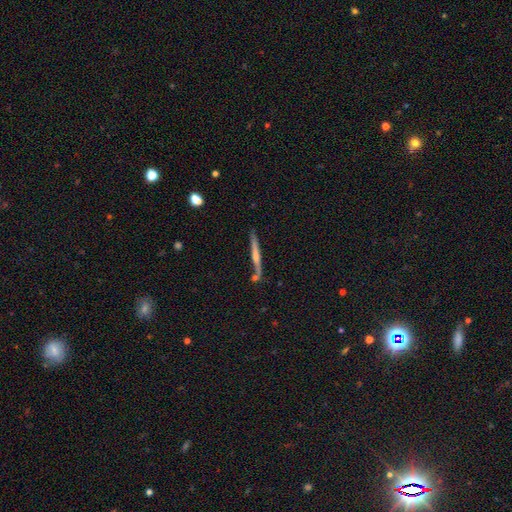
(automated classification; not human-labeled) The model was most divided on "edge-on bulge": rounded: 65%, none: 25%, boxy: 10%. More confident: edge-on disk — yes (97%); merging — none (82%); smooth or featured — featured or disk (70%).